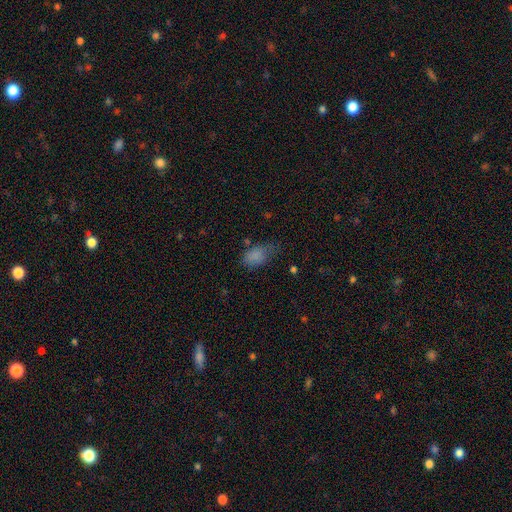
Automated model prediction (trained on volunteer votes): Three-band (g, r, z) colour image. It shows a smooth galaxy with no disk features (82%) that is in between round and cigar-shaped (88%). Merging: none (50%).